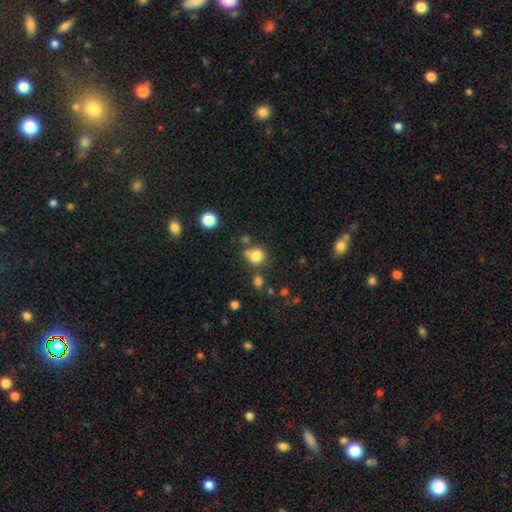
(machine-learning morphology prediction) type=smooth (80%); roundness=round (83%); merging=none (64%).